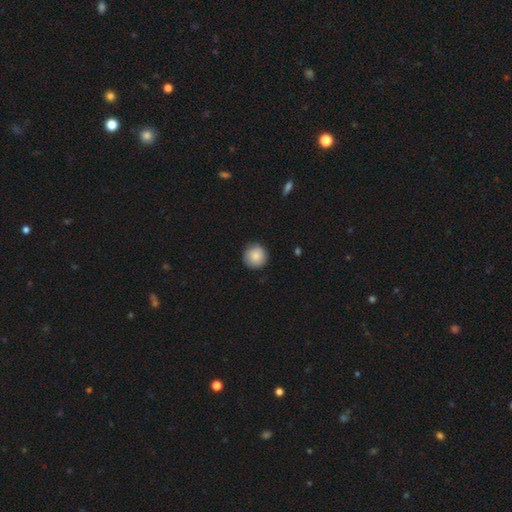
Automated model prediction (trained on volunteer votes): A smooth galaxy with no disk features (84%) that is round (95%).

Vote fractions:
- Smooth or featured? smooth: 84% / featured or disk: 9% / star or artifact: 7%
- How rounded? round: 95% / in between: 4% / cigar-shaped: 1%
- Merging? none: 88% / minor disturbance: 9% / major disturbance: 2% / merger: 1%